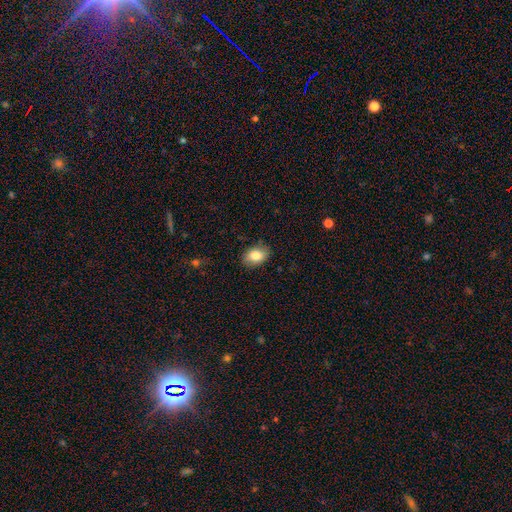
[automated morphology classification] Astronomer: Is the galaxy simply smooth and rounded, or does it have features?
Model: smooth — 83%.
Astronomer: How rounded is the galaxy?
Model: in between — 83%.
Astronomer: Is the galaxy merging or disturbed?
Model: none — 84%.